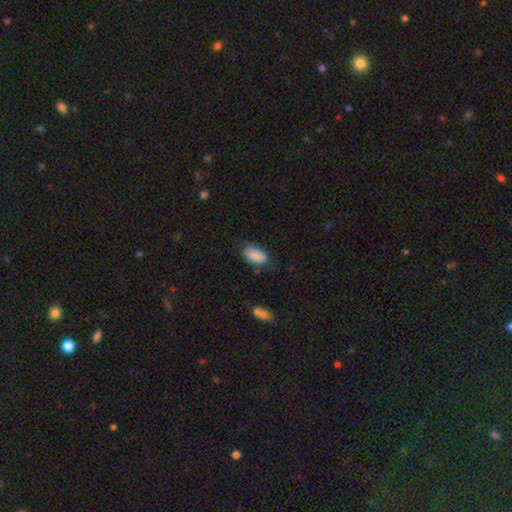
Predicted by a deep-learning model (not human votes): Smooth or featured?
  - smooth: 85% *
  - featured or disk: 8%
  - star or artifact: 6%
How rounded?
  - in between: 93% *
  - round: 4%
  - cigar-shaped: 2%
Merging?
  - none: 66% *
  - minor disturbance: 25%
  - major disturbance: 7%
  - merger: 2%